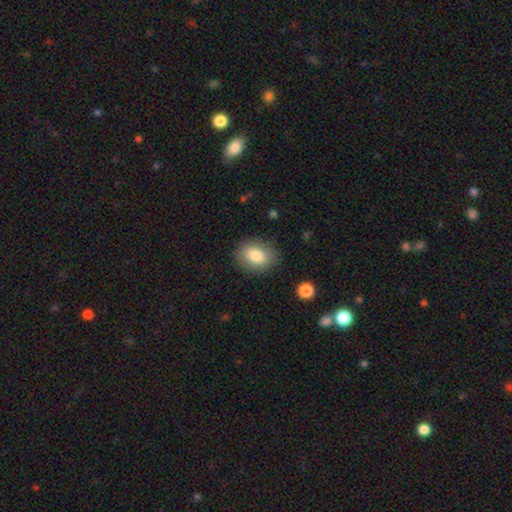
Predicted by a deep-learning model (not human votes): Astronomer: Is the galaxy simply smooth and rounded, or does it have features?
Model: smooth — 83%.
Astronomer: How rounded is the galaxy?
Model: in between — 70%.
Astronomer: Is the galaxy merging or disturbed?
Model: none — 85%.